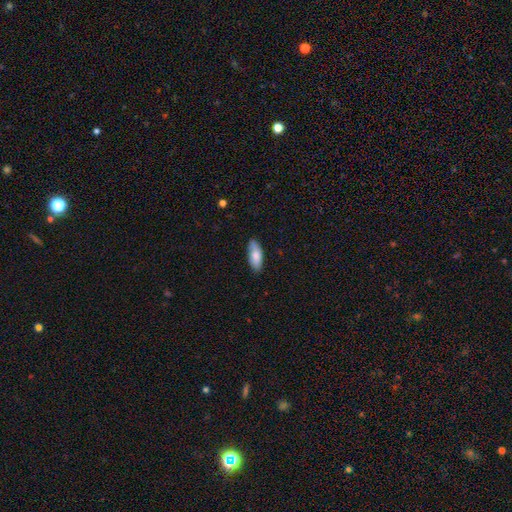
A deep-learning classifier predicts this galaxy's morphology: smooth_or_featured: smooth (p=0.77) [alt: featured or disk p=0.17]
how_rounded: in between (p=0.79) [alt: cigar-shaped p=0.19]
merging: none (p=0.81) [alt: minor disturbance p=0.15]